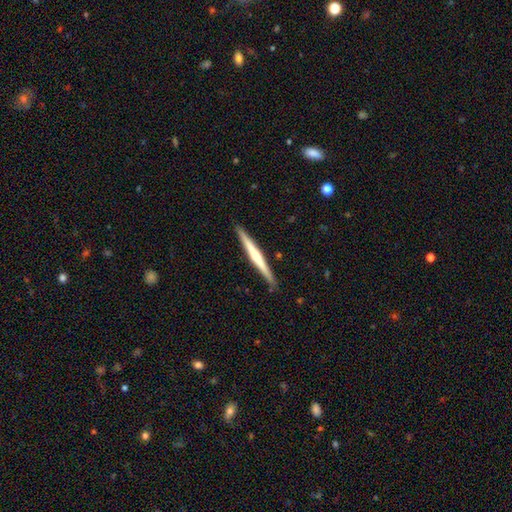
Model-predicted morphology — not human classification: type=featured or disk (62%); edge-on=yes (98%); edge-on bulge=rounded (53%); merging=none (90%).